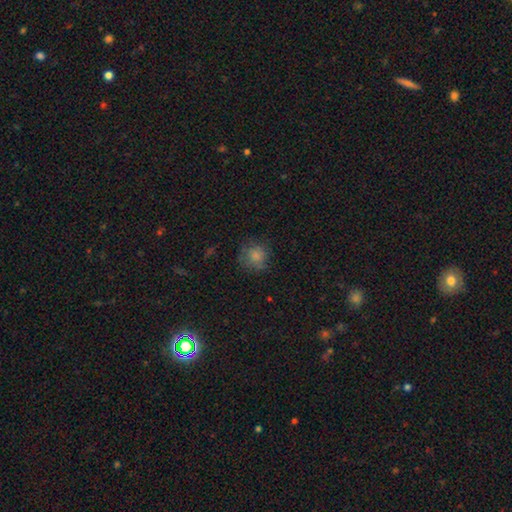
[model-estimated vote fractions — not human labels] Smooth or featured? smooth (78%)
How rounded? round (89%)
Merging? none (72%)